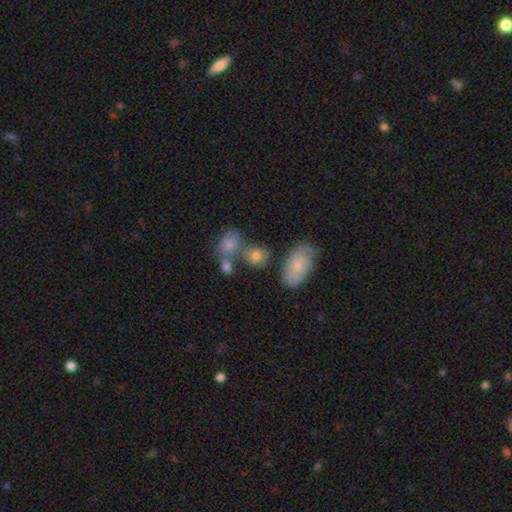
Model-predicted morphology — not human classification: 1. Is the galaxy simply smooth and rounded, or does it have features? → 74% smooth, 14% featured or disk, 12% star or artifact.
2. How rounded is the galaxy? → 53% round, 44% in between, 2% cigar-shaped.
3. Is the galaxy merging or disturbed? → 51% none, 29% merger, 13% minor disturbance, 6% major disturbance.